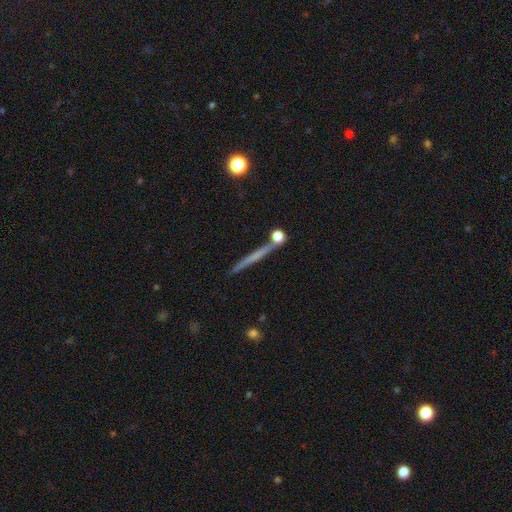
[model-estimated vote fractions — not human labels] smooth-or-featured: featured or disk: 51% | smooth: 41% | star or artifact: 9%
  disk-edge-on: yes: 96% | no: 4%
  merging: none: 84% | minor disturbance: 8% | merger: 6% | major disturbance: 2%